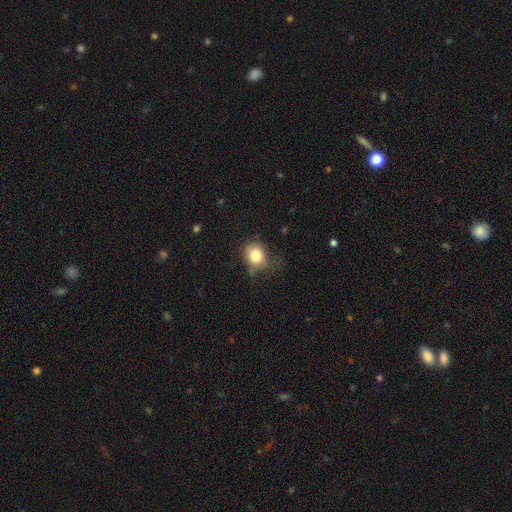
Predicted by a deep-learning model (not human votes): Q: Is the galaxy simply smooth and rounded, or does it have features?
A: smooth — 80%.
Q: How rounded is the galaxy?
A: round — 64%.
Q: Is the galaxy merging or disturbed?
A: none — 58%.